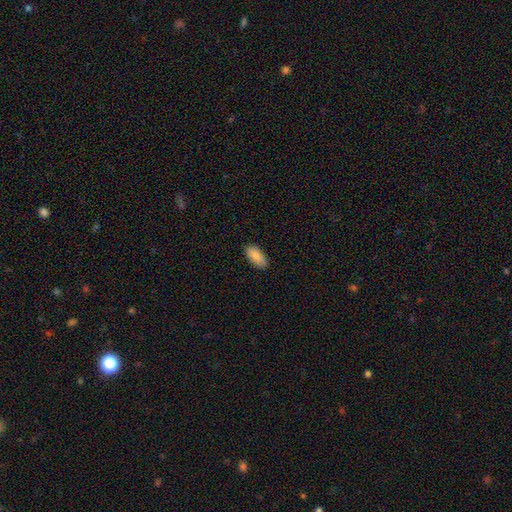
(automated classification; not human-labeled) smooth-or-featured: smooth: 87% | featured or disk: 7% | star or artifact: 6%
  how-rounded: in between: 91% | cigar-shaped: 7% | round: 2%
  merging: none: 88% | minor disturbance: 10% | major disturbance: 2% | merger: 1%